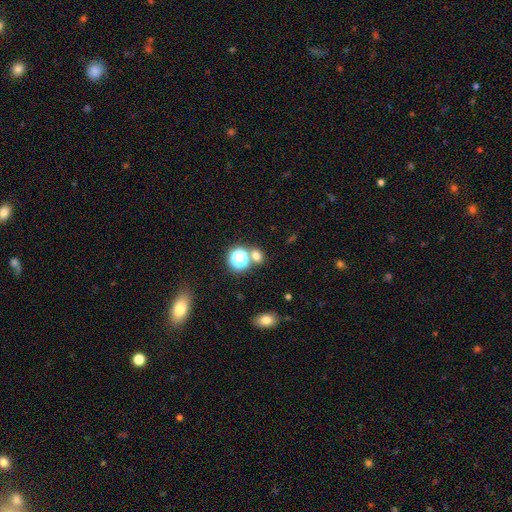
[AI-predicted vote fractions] This is likely a smooth galaxy (68%). How rounded: likely round (66%). Merging: likely none (68%).